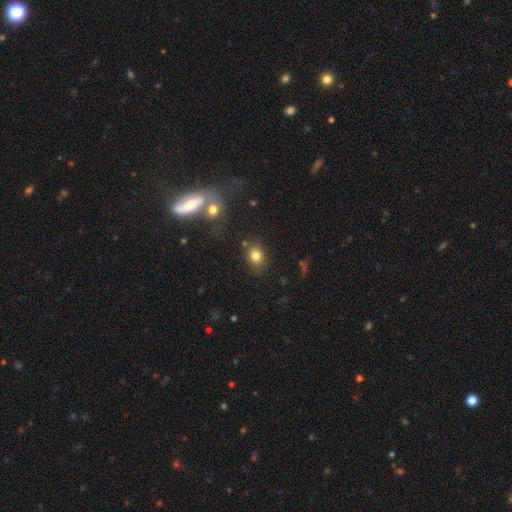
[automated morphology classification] Smooth or featured: smooth — 80% (star or artifact — 13%)
How rounded: round — 69% (in between — 29%)
Merging: none — 77% (minor disturbance — 12%)